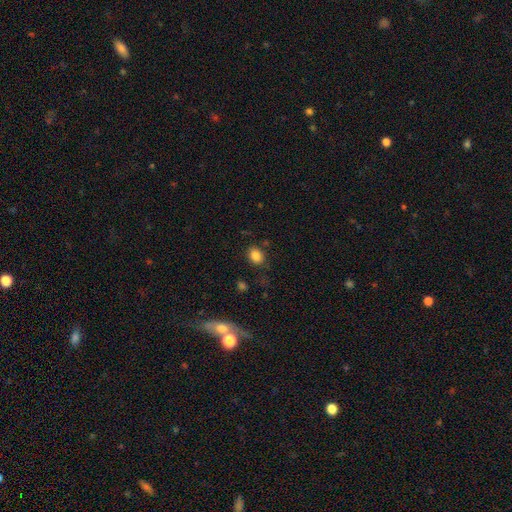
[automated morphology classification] A smooth galaxy with no disk features (84%) that is in between round and cigar-shaped (58%). Merging: none (78%).